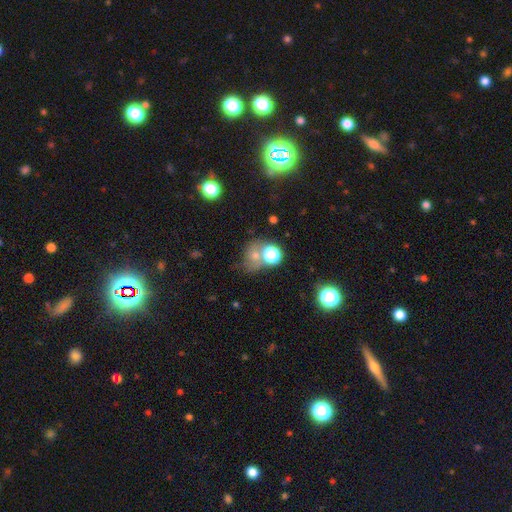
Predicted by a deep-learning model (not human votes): Morphology: type=smooth (58%); roundness=round (66%); merging=none (42%).